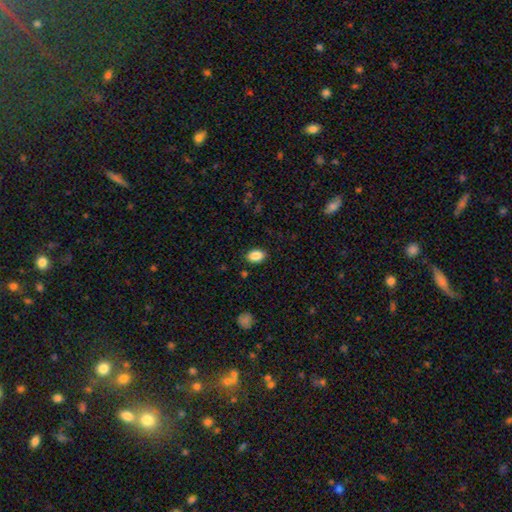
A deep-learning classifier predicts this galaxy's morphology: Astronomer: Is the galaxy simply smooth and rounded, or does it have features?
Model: smooth — 88%.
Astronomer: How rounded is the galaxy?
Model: in between — 82%.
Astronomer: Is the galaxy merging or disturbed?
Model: none — 87%.